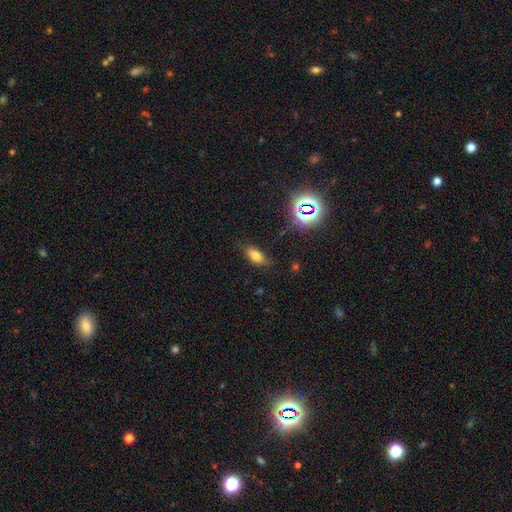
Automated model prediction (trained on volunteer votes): Q: Smooth or featured?
A: smooth (72%); runner-up: star or artifact (16%)
Q: How rounded?
A: in between (82%); runner-up: cigar-shaped (13%)
Q: Merging?
A: none (81%); runner-up: minor disturbance (13%)